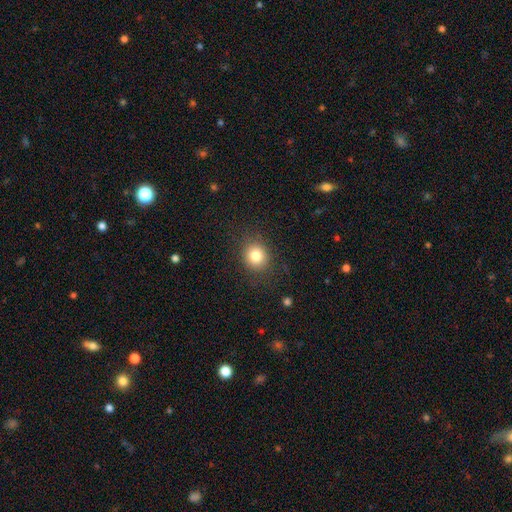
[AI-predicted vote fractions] smooth 81%, star or artifact 11%, featured or disk 8%. Down the decision tree: how rounded — round (80%); merging — none (86%).